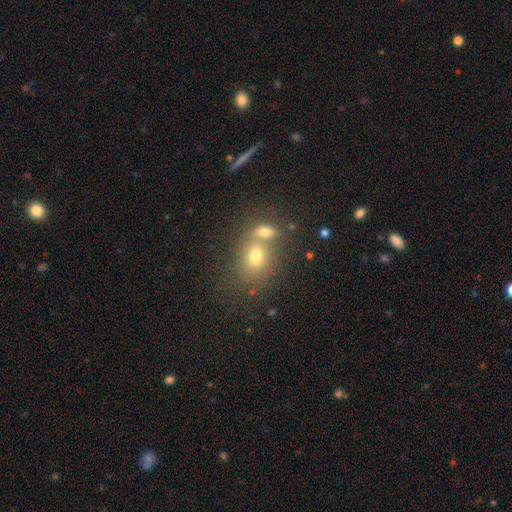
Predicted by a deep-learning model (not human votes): This is likely a smooth galaxy (71%). How rounded: possibly in between (57%). Merging: possibly merger (50%).